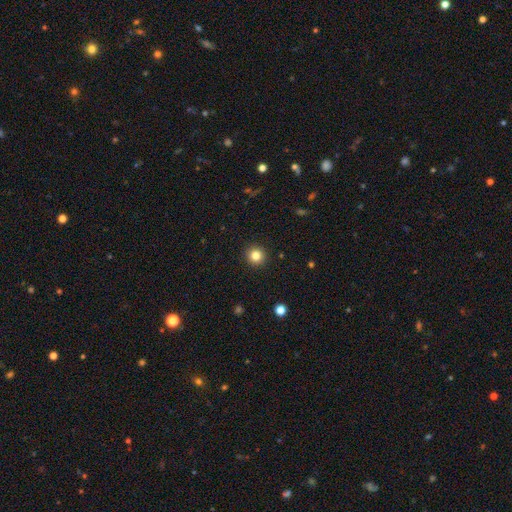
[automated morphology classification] smooth-or-featured: smooth: 82% | star or artifact: 12% | featured or disk: 6%
  how-rounded: round: 95% | in between: 4% | cigar-shaped: 1%
  merging: none: 93% | minor disturbance: 5% | major disturbance: 2% | merger: 1%